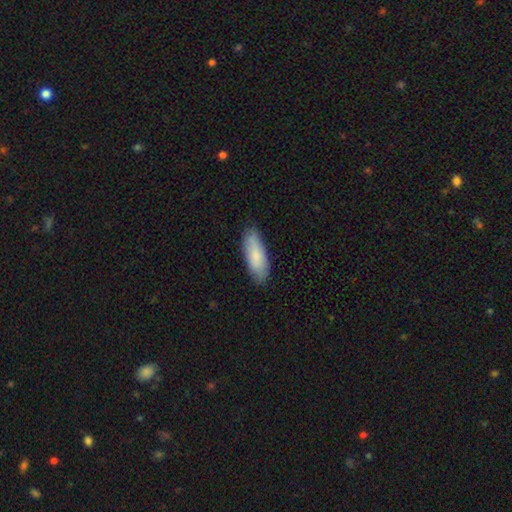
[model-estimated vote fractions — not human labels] A smooth galaxy with no disk features (84%) that is in between round and cigar-shaped (67%). Merging: none (83%).